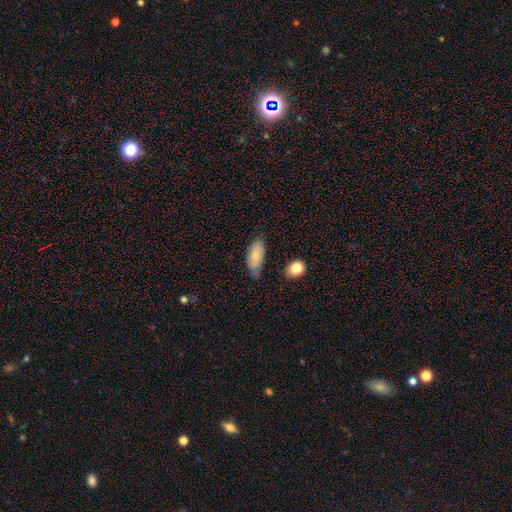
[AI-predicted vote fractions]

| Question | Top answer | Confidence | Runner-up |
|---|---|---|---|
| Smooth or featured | smooth | 82% | featured or disk (11%) |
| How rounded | in between | 88% | cigar-shaped (9%) |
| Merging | none | 60% | minor disturbance (30%) |